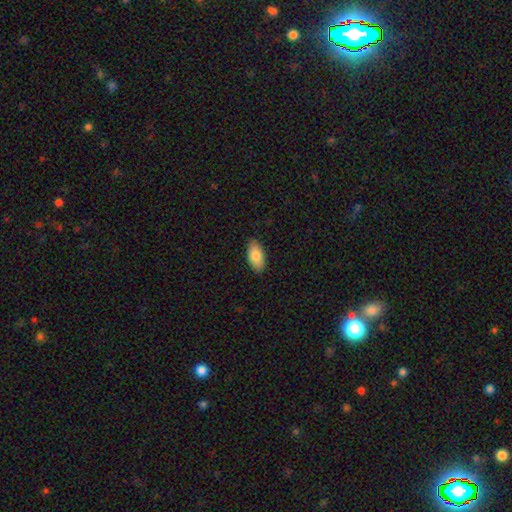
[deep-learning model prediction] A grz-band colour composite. It shows a smooth galaxy with no disk features (83%) that is in between round and cigar-shaped (92%). Merging: none (88%).